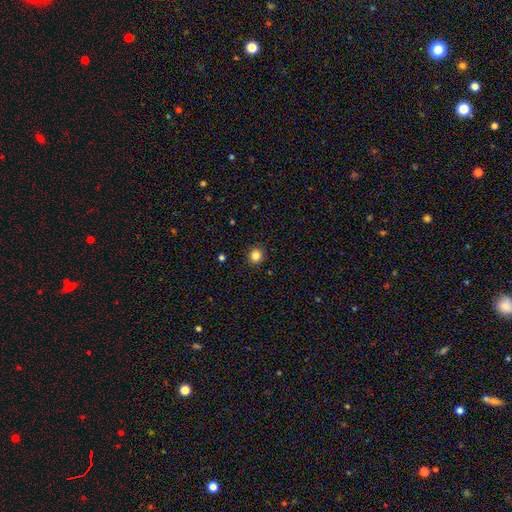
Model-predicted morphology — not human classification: A smooth galaxy with no disk features (83%) that is round (94%). Merging: none (93%).